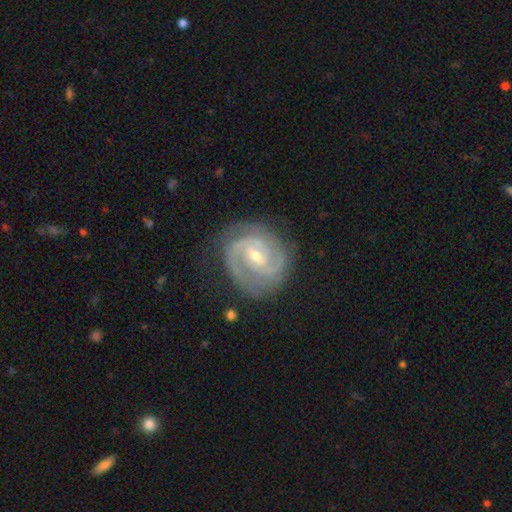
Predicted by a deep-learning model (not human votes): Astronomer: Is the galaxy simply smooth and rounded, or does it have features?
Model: featured or disk — 91%.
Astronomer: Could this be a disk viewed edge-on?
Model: no — 98%.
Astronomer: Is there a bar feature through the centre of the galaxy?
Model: weak — 52% (runner-up: no, 32%).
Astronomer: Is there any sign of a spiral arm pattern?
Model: yes — 98%.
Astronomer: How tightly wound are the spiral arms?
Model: tight — 61%.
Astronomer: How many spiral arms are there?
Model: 2 — 68%.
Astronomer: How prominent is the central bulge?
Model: small — 61%.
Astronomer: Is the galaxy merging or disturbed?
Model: none — 77%.